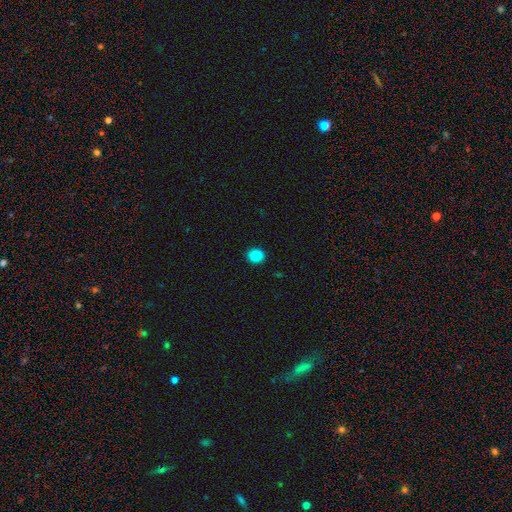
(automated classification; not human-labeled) Morphology: type=smooth (88%); roundness=round (79%); merging=none (92%).